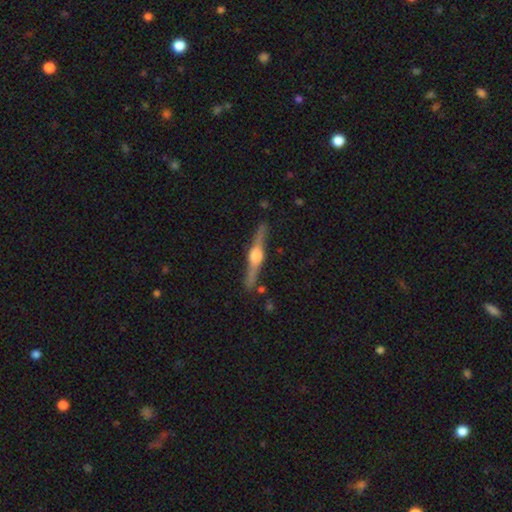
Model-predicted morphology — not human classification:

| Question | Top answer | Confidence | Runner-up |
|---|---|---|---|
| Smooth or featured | featured or disk | 84% | smooth (10%) |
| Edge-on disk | yes | 98% | no (2%) |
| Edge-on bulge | rounded | 92% | boxy (6%) |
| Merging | none | 88% | minor disturbance (8%) |